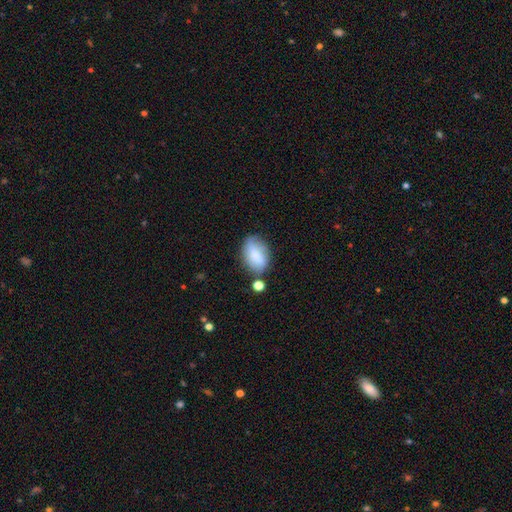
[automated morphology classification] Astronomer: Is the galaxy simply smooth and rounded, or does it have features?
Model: smooth — 78%.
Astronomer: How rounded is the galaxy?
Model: in between — 87%.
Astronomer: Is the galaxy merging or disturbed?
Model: none — 57%.